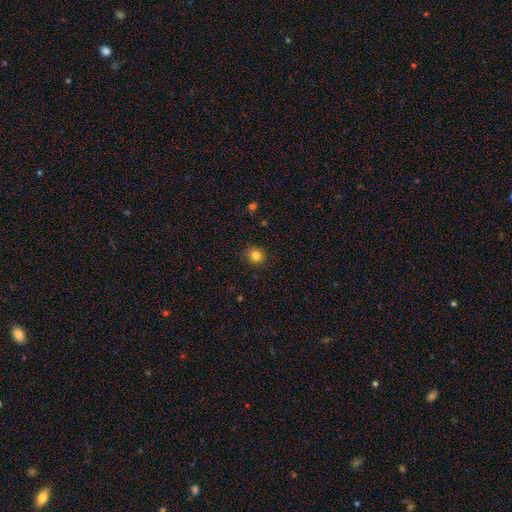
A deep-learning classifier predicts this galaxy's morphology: A smooth galaxy with no disk features (83%) that is round (77%).

Vote fractions:
- Smooth or featured? smooth: 83% / star or artifact: 12% / featured or disk: 5%
- How rounded? round: 77% / in between: 22% / cigar-shaped: 1%
- Merging? none: 88% / minor disturbance: 9% / major disturbance: 2% / merger: 1%